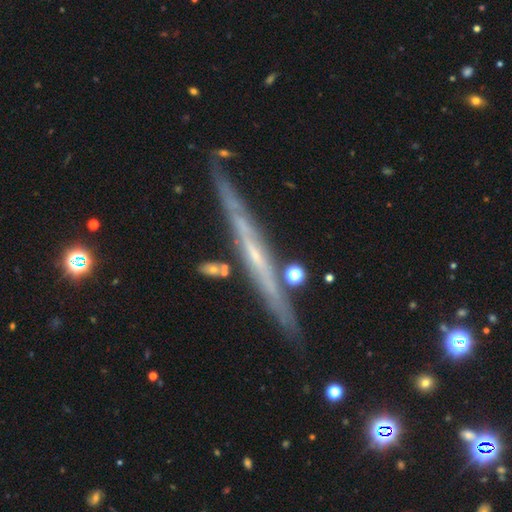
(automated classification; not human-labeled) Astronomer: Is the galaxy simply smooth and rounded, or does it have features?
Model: featured or disk — 75%.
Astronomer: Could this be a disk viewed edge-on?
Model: yes — 95%.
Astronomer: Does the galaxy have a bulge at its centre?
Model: none — 70%.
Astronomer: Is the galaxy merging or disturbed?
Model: none — 84%.